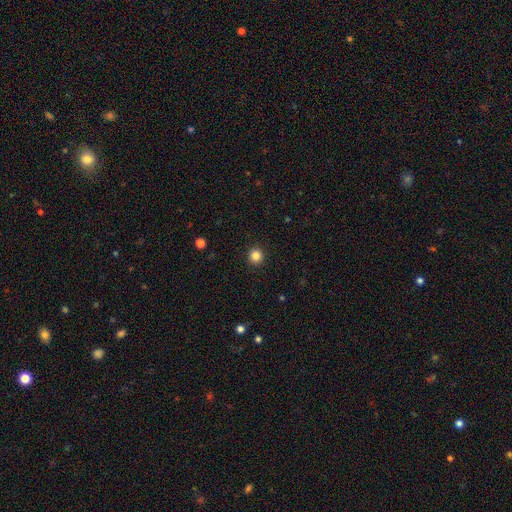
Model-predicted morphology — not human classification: A smooth galaxy with no disk features (84%) that is round (94%).

Vote fractions:
- Smooth or featured? smooth: 84% / star or artifact: 12% / featured or disk: 4%
- How rounded? round: 94% / in between: 5% / cigar-shaped: 1%
- Merging? none: 93% / minor disturbance: 4% / major disturbance: 2% / merger: 1%